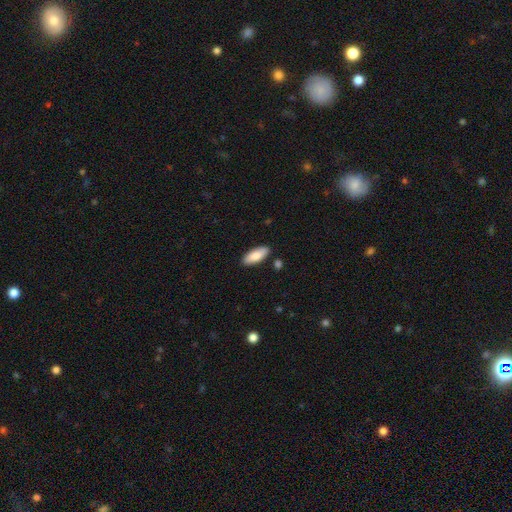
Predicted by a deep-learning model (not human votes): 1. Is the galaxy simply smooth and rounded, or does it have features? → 84% smooth, 10% featured or disk, 6% star or artifact.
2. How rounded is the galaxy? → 81% in between, 17% cigar-shaped, 2% round.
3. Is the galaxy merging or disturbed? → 85% none, 10% minor disturbance, 2% merger, 2% major disturbance.